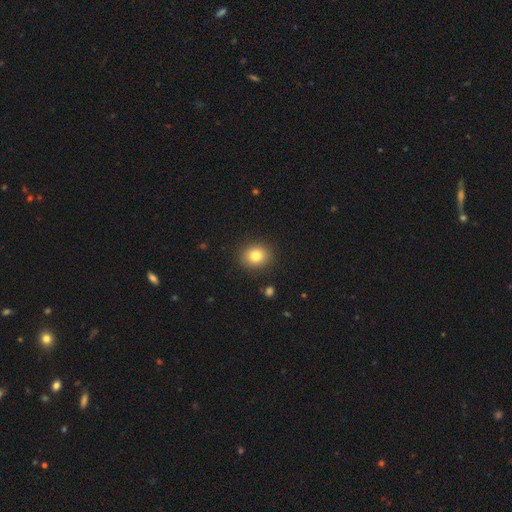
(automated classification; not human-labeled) Q: Smooth or featured?
A: smooth (81%); runner-up: star or artifact (11%)
Q: How rounded?
A: round (72%); runner-up: in between (27%)
Q: Merging?
A: none (89%); runner-up: minor disturbance (7%)